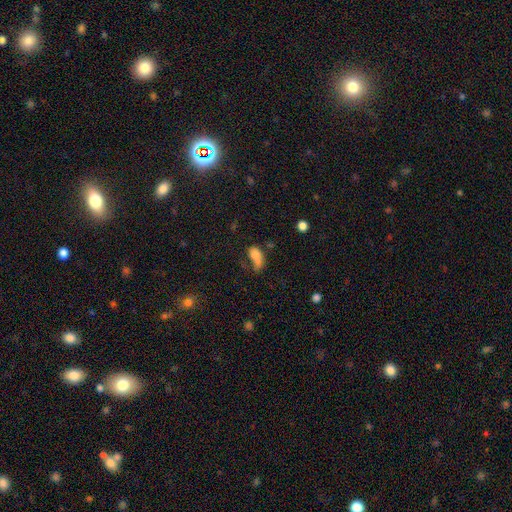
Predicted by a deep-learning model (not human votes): Morphology: type=smooth (69%); roundness=in between (83%); merging=major disturbance (39%).